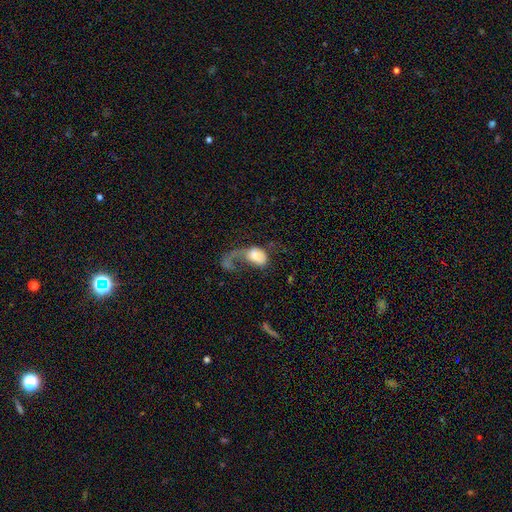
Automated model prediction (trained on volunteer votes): This appears to be a smooth galaxy with no disk features (60%) that is in between round and cigar-shaped (74%). Merging: major disturbance (65%).